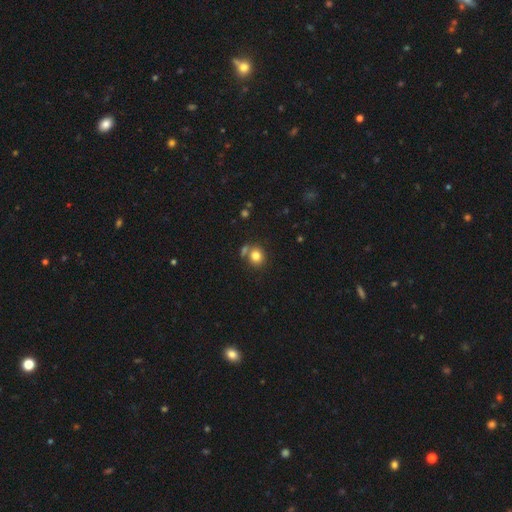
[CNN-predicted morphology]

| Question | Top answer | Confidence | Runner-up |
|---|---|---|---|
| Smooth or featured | smooth | 80% | star or artifact (12%) |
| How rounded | round | 79% | in between (20%) |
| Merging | none | 65% | merger (20%) |